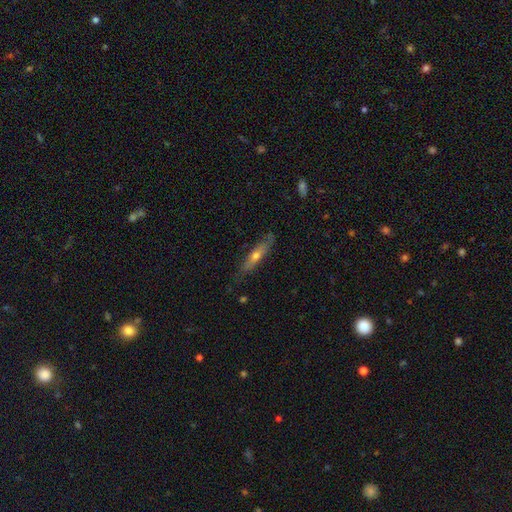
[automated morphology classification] This appears to be a featured or disk galaxy (49%). Merging: none (75%).